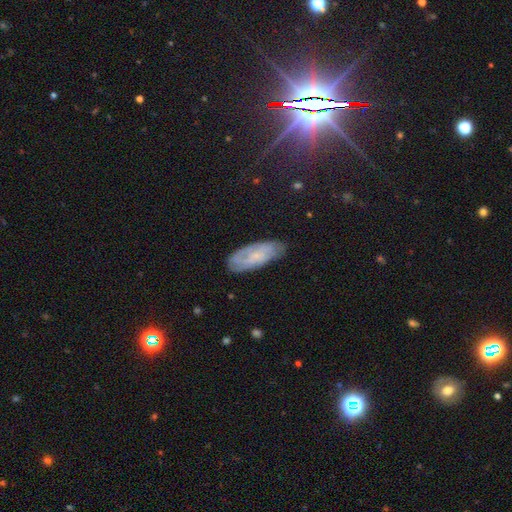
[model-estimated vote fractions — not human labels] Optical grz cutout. It shows a featured or disk galaxy (51%). Merging: none (75%).